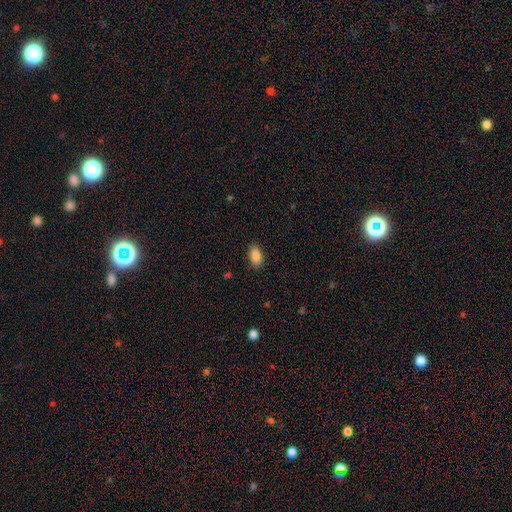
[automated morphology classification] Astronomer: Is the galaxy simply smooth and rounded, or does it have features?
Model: smooth — 89%.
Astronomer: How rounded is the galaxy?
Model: in between — 93%.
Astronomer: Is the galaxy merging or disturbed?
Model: none — 88%.